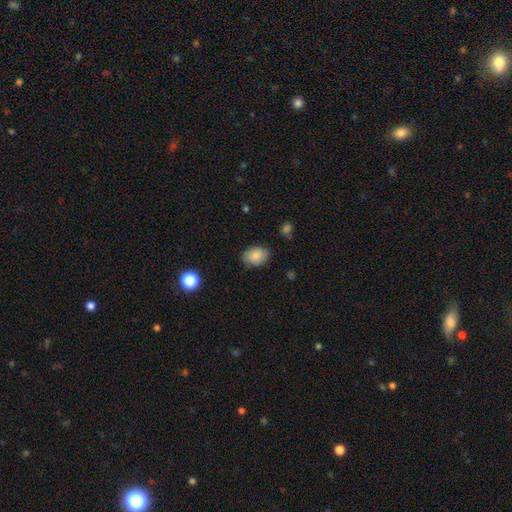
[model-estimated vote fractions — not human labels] Smooth or featured? smooth (87%)
How rounded? in between (79%)
Merging? none (83%)